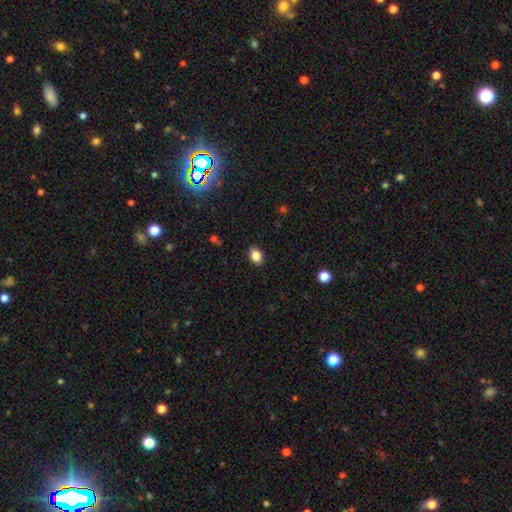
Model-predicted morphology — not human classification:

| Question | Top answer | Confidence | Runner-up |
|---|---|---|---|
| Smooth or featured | smooth | 86% | star or artifact (9%) |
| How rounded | in between | 74% | round (25%) |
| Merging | none | 88% | minor disturbance (9%) |